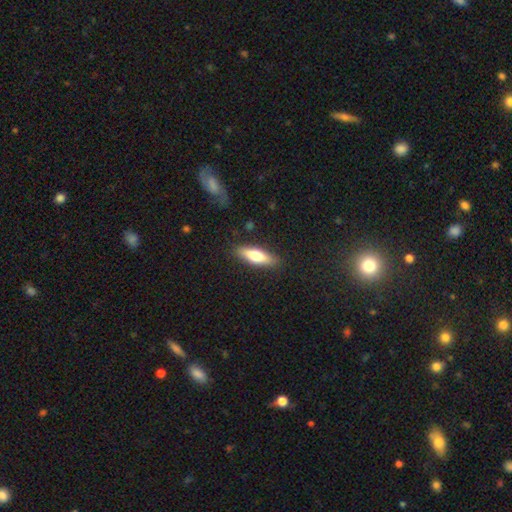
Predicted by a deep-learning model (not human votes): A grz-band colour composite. It shows a smooth galaxy with no disk features (61%) that is cigar-shaped (55%). Merging: none (87%).